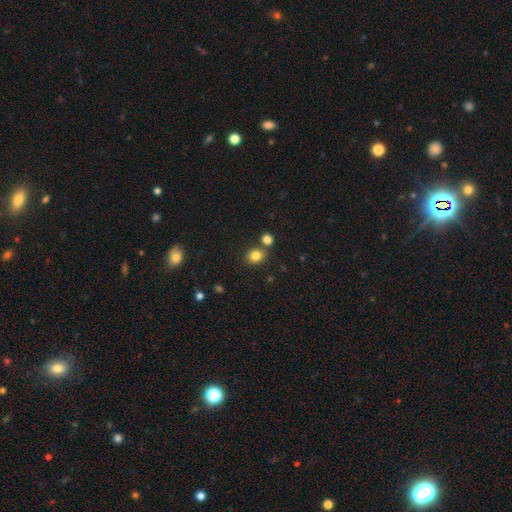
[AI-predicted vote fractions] Morphology: type=smooth (82%); roundness=round (66%); merging=none (72%).